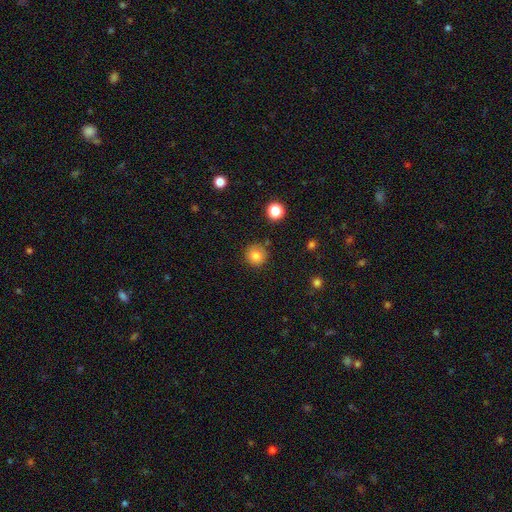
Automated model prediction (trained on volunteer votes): Smooth or featured: smooth — 82% (star or artifact — 11%)
How rounded: round — 93% (in between — 6%)
Merging: none — 83% (minor disturbance — 11%)